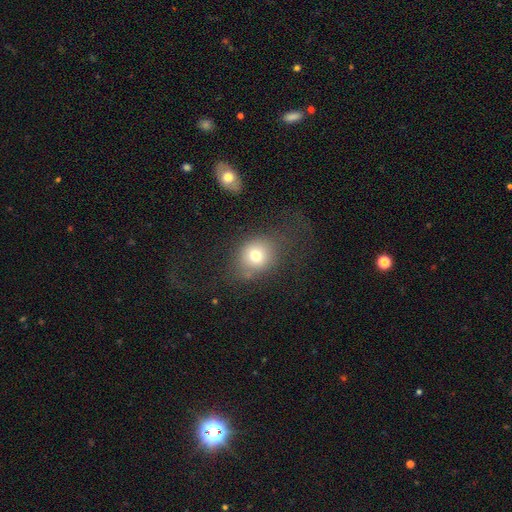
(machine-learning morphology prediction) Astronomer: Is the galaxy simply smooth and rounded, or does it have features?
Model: smooth — 72%.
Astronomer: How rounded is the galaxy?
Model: round — 70%.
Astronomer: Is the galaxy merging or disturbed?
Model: none — 60%.